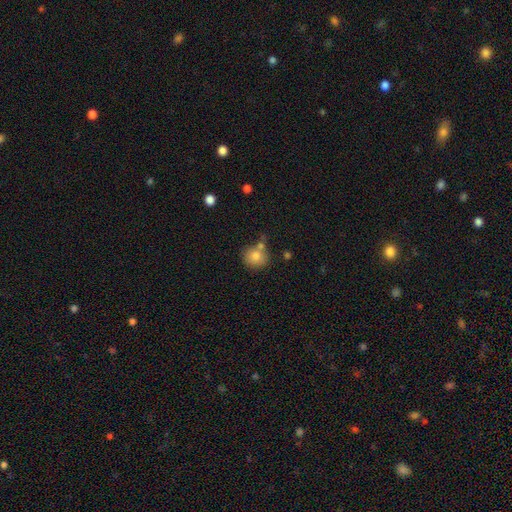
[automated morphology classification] Overall: smooth (81%). How rounded: round (84%). Merging: none (62%).